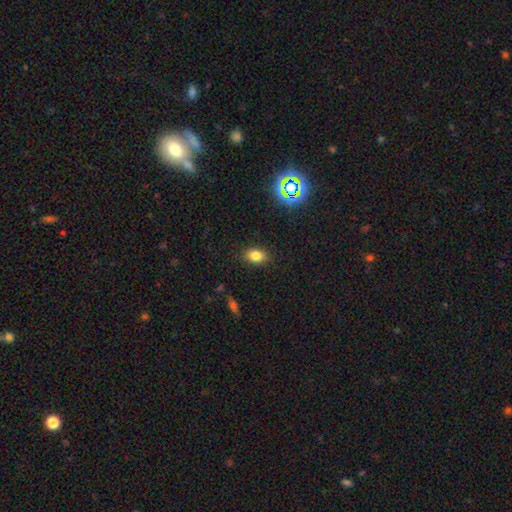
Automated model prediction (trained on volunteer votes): smooth 80%, star or artifact 13%, featured or disk 7%. Down the decision tree: how rounded — in between (80%); merging — none (86%).